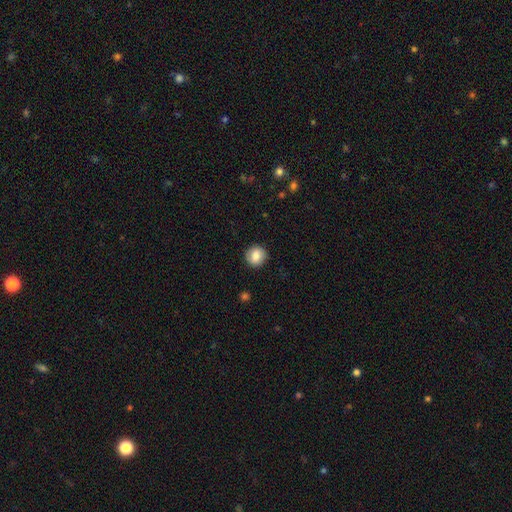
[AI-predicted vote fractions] smooth 80%, featured or disk 11%, star or artifact 9%. Down the decision tree: how rounded — round (90%); merging — none (89%).